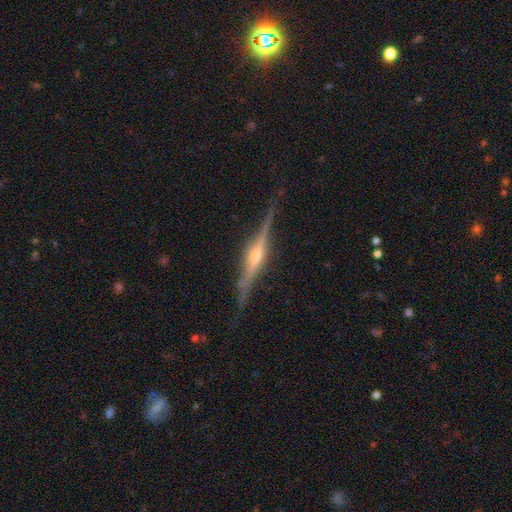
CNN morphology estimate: A featured or disk galaxy (87%) viewed edge-on (98%) with a rounded central bulge (85%).

Vote fractions:
- Smooth or featured? featured or disk: 87% / smooth: 7% / star or artifact: 6%
- Edge-on disk? yes: 98% / no: 2%
- Edge-on bulge? rounded: 85% / boxy: 10% / none: 5%
- Merging? none: 87% / minor disturbance: 10% / major disturbance: 2% / merger: 1%